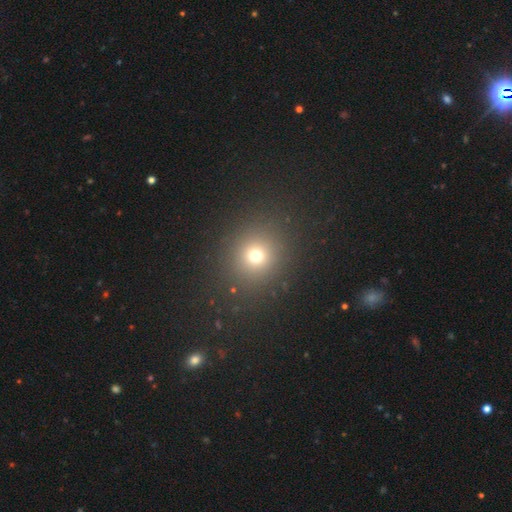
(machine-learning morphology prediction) Smooth or featured?
  - smooth: 70% *
  - star or artifact: 22%
  - featured or disk: 8%
How rounded?
  - round: 88% *
  - in between: 11%
  - cigar-shaped: 1%
Merging?
  - none: 88% *
  - minor disturbance: 7%
  - major disturbance: 4%
  - merger: 2%